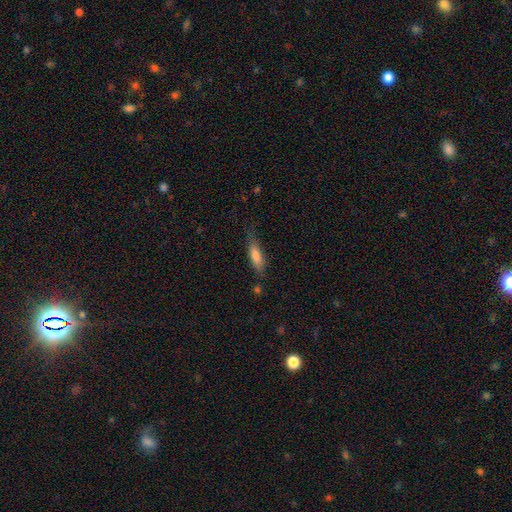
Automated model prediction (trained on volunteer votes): Smooth or featured? Predicted: smooth (p=0.78). How rounded? Predicted: cigar-shaped (p=0.54). Merging? Predicted: none (p=0.63).